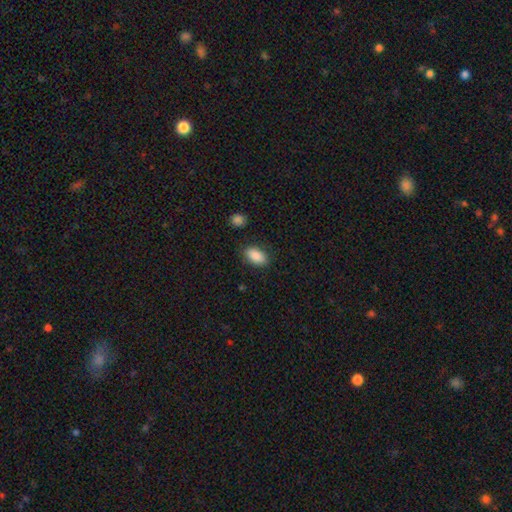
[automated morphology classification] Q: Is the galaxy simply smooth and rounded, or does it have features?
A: smooth — 89%.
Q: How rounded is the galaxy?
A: in between — 92%.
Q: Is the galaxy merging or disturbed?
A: none — 85%.